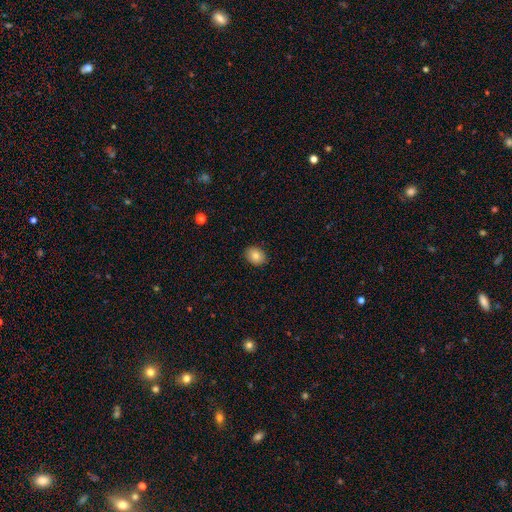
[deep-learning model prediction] Smooth or featured?
  - smooth: 83% *
  - star or artifact: 9%
  - featured or disk: 8%
How rounded?
  - in between: 57% *
  - round: 42%
  - cigar-shaped: 1%
Merging?
  - none: 89% *
  - minor disturbance: 8%
  - major disturbance: 2%
  - merger: 1%